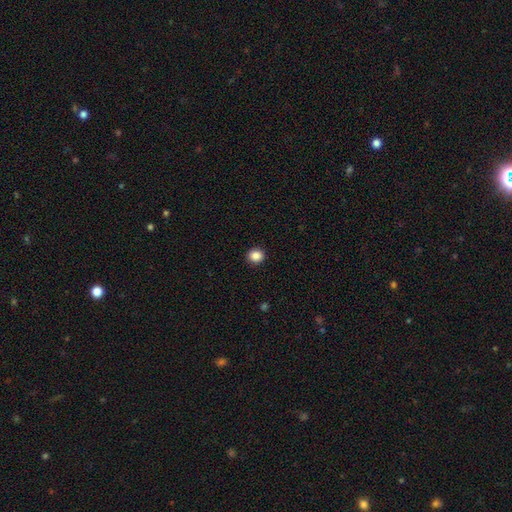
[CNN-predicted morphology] Smooth or featured: smooth — 87% (star or artifact — 10%)
How rounded: round — 87% (in between — 12%)
Merging: none — 93% (minor disturbance — 5%)